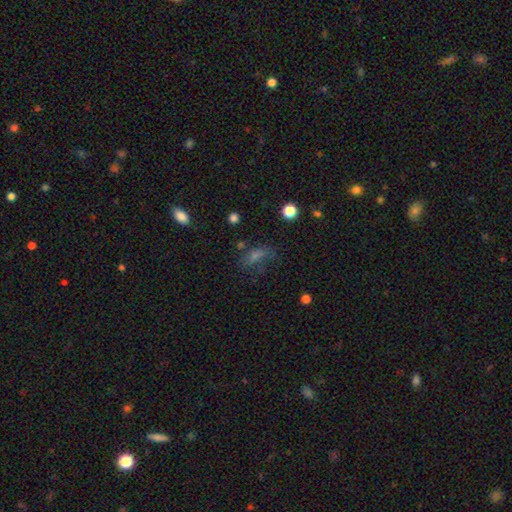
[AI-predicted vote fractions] smooth_or_featured: smooth (p=0.65) [alt: star or artifact p=0.18]
how_rounded: in between (p=0.72) [alt: cigar-shaped p=0.17]
merging: none (p=0.45) [alt: minor disturbance p=0.25]